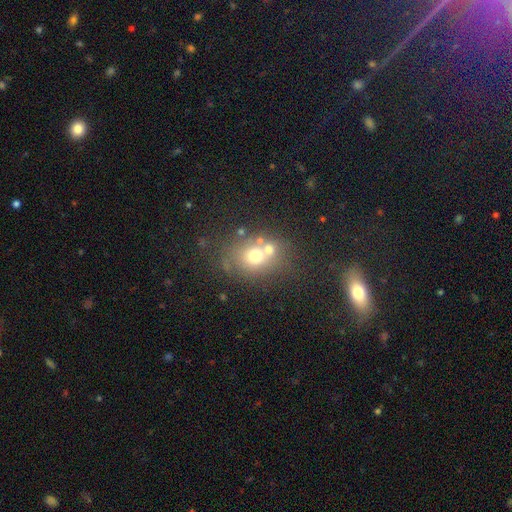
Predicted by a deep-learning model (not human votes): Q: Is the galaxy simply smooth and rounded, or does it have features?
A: smooth — 62%.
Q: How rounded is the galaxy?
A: round — 66%.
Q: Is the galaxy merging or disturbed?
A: none — 46%.